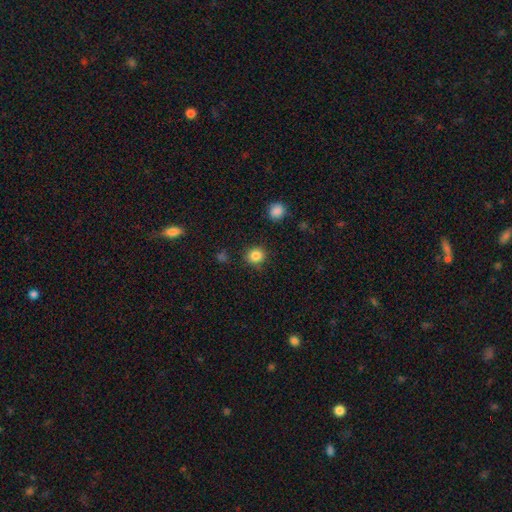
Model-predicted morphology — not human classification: smooth 84%, star or artifact 12%, featured or disk 5%. Down the decision tree: how rounded — round (89%); merging — none (87%).